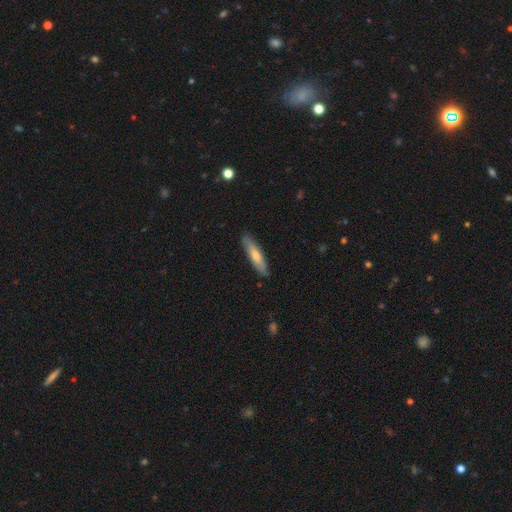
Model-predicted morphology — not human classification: This appears to be a smooth galaxy with no disk features (66%) that is cigar-shaped (78%). Merging: none (86%).